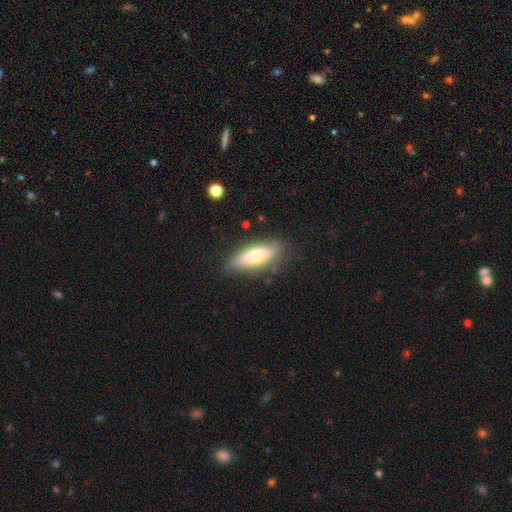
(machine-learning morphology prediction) Overall: smooth (63%; featured or disk 30%). How rounded: in between (59%; cigar-shaped 39%). Merging: none (80%).